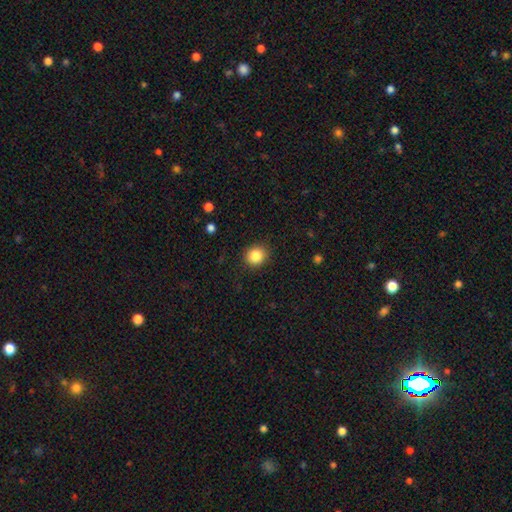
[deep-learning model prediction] A smooth galaxy with no disk features (85%) that is round (83%). Merging: none (89%).